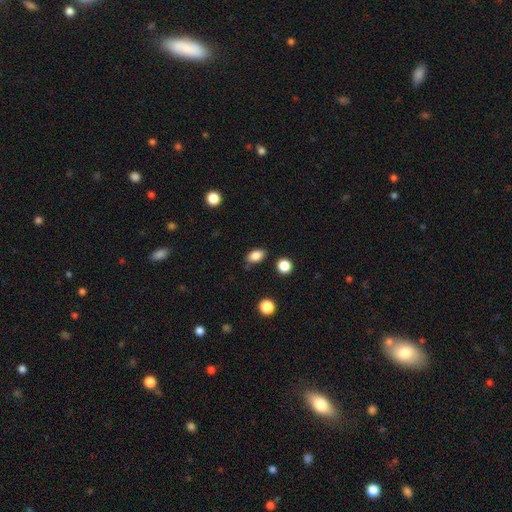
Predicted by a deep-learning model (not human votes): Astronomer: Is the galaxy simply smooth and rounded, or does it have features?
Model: smooth — 85%.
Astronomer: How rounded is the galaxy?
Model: in between — 82%.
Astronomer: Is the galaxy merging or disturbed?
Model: none — 75%.